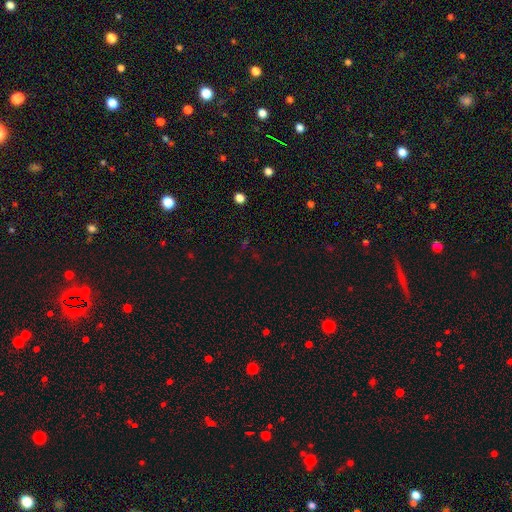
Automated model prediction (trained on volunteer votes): star or artifact 66%, smooth 26%, featured or disk 8%.